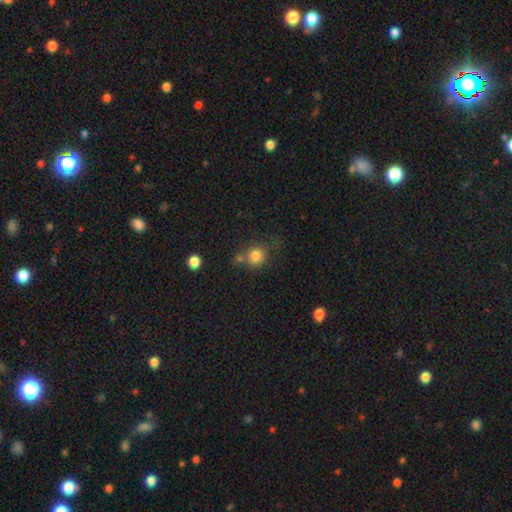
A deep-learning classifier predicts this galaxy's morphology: Q: Smooth or featured?
A: smooth (81%); runner-up: star or artifact (11%)
Q: How rounded?
A: round (83%); runner-up: in between (16%)
Q: Merging?
A: none (56%); runner-up: merger (20%)